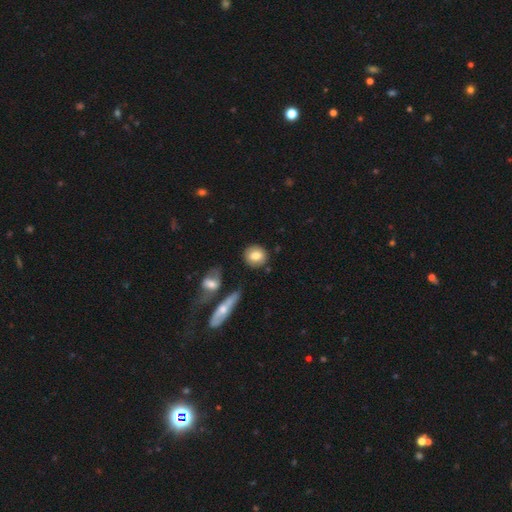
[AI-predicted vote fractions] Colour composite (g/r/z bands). It shows a smooth galaxy with no disk features (79%) that is round (77%). Merging: none (83%).